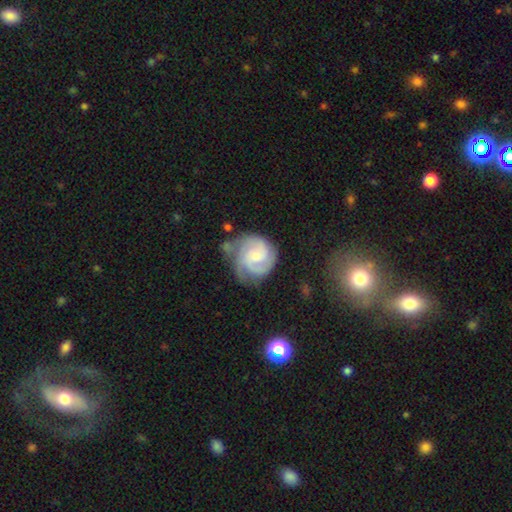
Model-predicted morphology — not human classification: Smooth or featured? Predicted: featured or disk (p=0.77). Edge-on disk? Predicted: no (p=0.98). Bar? Predicted: no (p=0.53). Spiral arms? Predicted: yes (p=0.95). Spiral winding? Predicted: tight (p=0.52). Spiral arm count? Predicted: 2 (p=0.39). Bulge size? Predicted: small (p=0.54). Merging? Predicted: none (p=0.55).